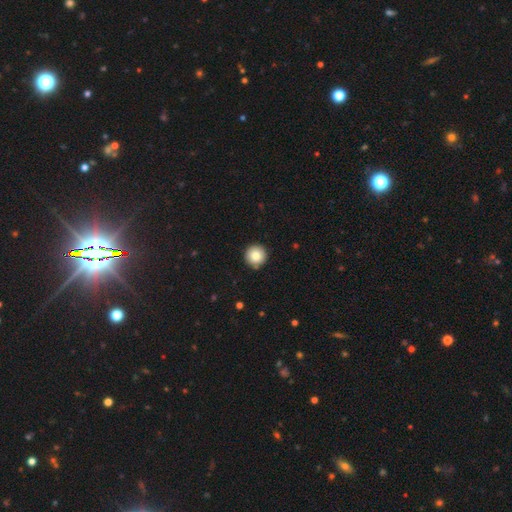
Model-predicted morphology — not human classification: smooth-or-featured: smooth: 83% | star or artifact: 9% | featured or disk: 8%
  how-rounded: round: 96% | in between: 3% | cigar-shaped: 1%
  merging: none: 91% | minor disturbance: 6% | major disturbance: 2% | merger: 1%